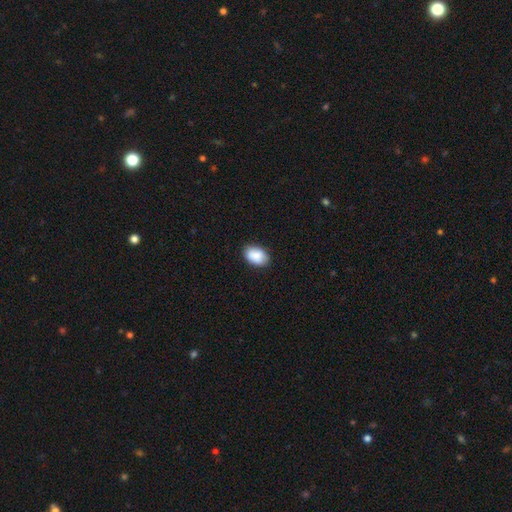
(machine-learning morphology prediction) type=smooth (87%); roundness=in between (87%); merging=none (85%).